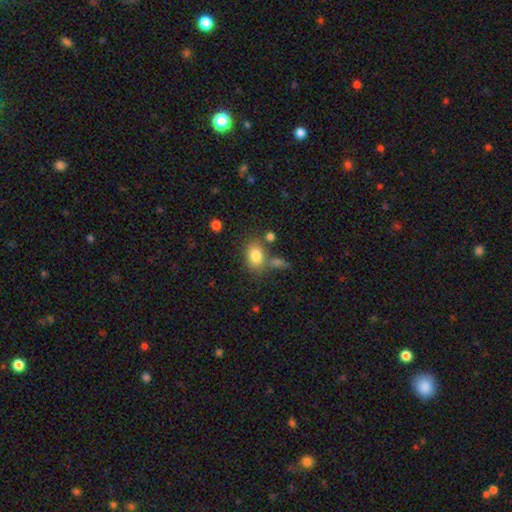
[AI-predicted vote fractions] Smooth or featured: smooth — 82% (star or artifact — 10%)
How rounded: in between — 71% (round — 28%)
Merging: none — 61% (merger — 17%)